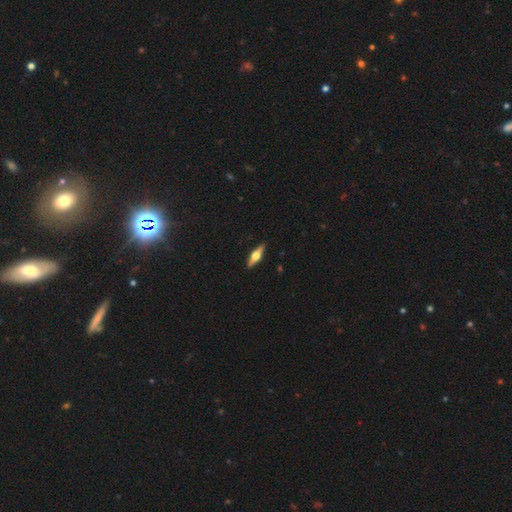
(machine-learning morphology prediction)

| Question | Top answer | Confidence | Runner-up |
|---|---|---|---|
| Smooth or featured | featured or disk | 62% | smooth (33%) |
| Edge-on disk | yes | 95% | no (5%) |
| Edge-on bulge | rounded | 95% | boxy (4%) |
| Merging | none | 91% | minor disturbance (7%) |